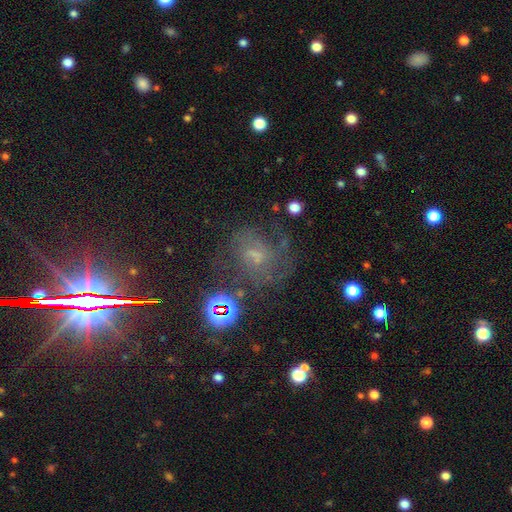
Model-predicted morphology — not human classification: This appears to be a featured or disk galaxy (47%). Merging: none (54%).